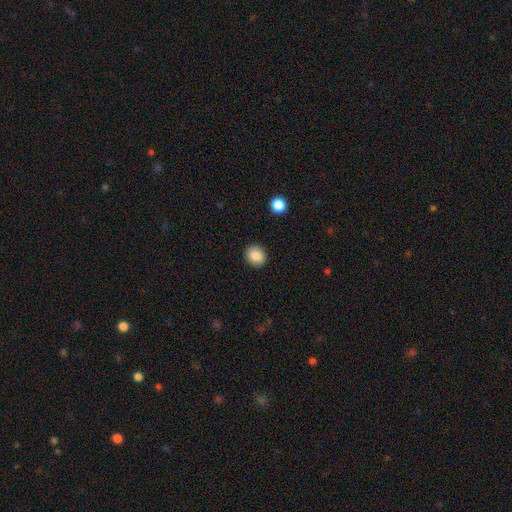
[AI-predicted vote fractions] Morphology: type=smooth (87%); roundness=round (76%); merging=none (91%).